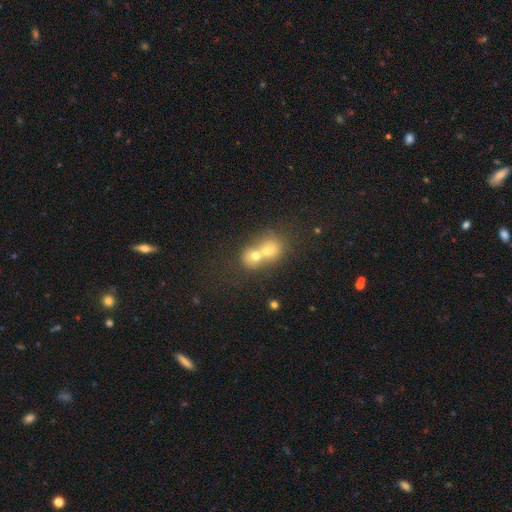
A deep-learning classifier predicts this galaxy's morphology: Smooth or featured?
  - smooth: 64% *
  - featured or disk: 24%
  - star or artifact: 12%
How rounded?
  - round: 57% *
  - in between: 42%
  - cigar-shaped: 1%
Merging?
  - merger: 76% *
  - none: 16%
  - minor disturbance: 5%
  - major disturbance: 3%